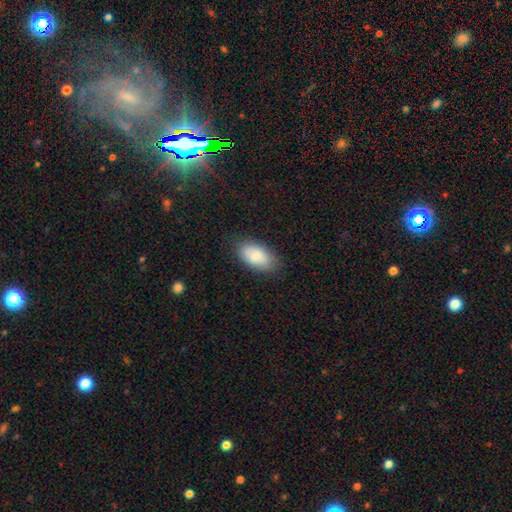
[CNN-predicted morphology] A smooth galaxy with no disk features (87%) that is in between round and cigar-shaped (94%). Merging: none (81%).